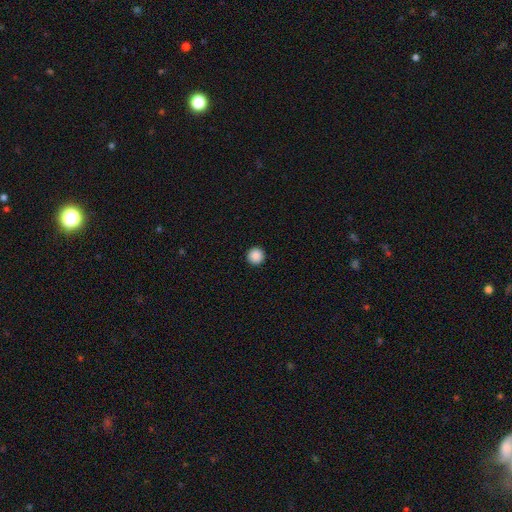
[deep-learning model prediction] Q: Smooth or featured?
A: smooth (89%); runner-up: star or artifact (9%)
Q: How rounded?
A: round (96%); runner-up: in between (3%)
Q: Merging?
A: none (94%); runner-up: minor disturbance (4%)